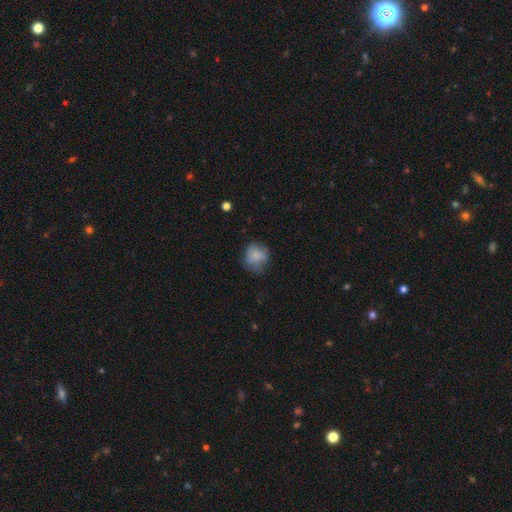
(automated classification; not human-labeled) Smooth or featured? smooth (74%)
How rounded? round (70%)
Merging? none (56%)